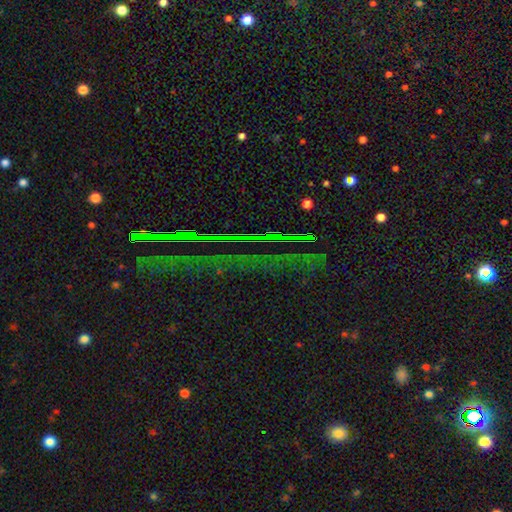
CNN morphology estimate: The model was most divided on "smooth or featured": star or artifact: 80%, featured or disk: 11%, smooth: 9%.